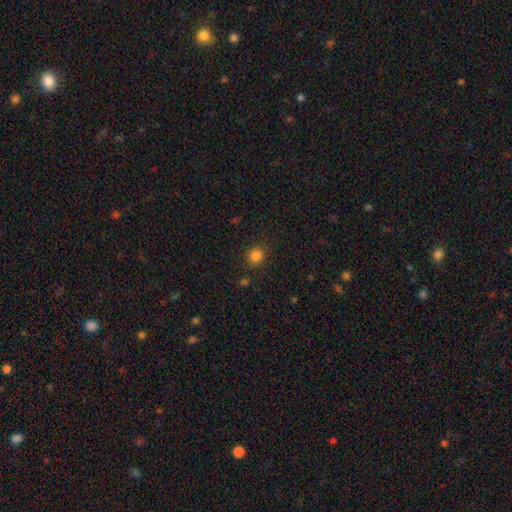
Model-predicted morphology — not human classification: type=smooth (83%); roundness=round (78%); merging=none (85%).